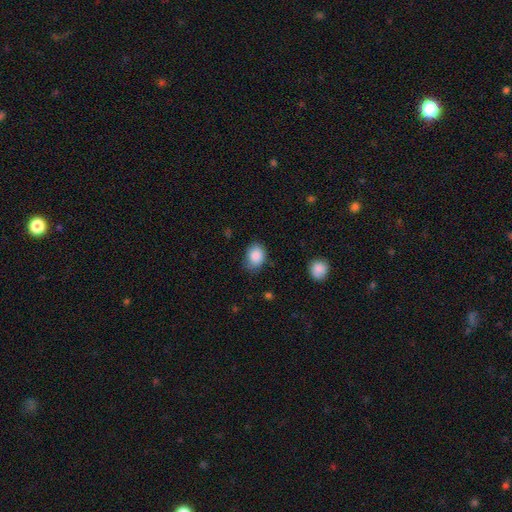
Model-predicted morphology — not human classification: smooth-or-featured: smooth: 87% | star or artifact: 8% | featured or disk: 5%
  how-rounded: in between: 60% | round: 39% | cigar-shaped: 1%
  merging: none: 68% | minor disturbance: 26% | major disturbance: 5% | merger: 1%